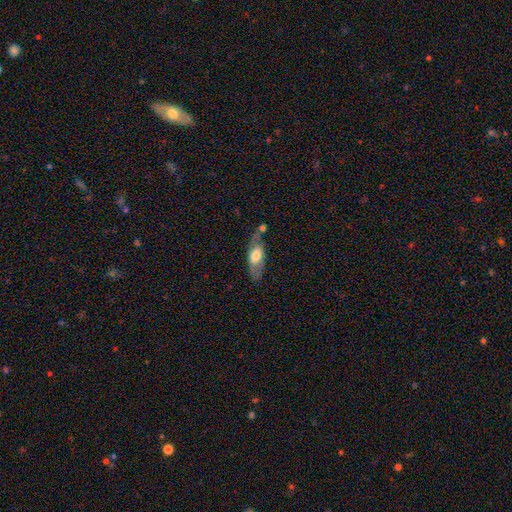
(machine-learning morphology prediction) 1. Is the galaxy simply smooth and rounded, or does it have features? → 54% smooth, 40% featured or disk, 6% star or artifact.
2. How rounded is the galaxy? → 71% in between, 25% cigar-shaped, 3% round.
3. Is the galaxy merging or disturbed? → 60% none, 22% minor disturbance, 11% merger, 8% major disturbance.